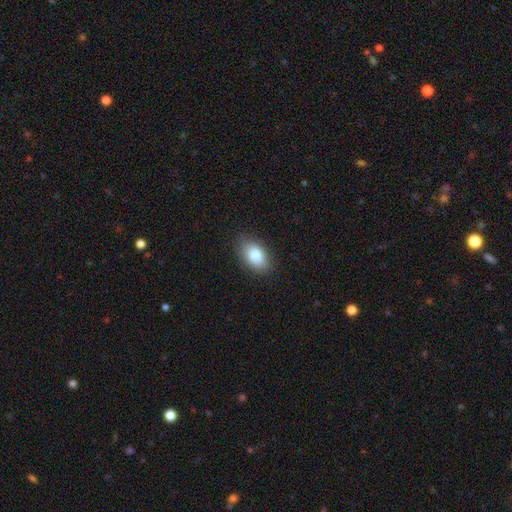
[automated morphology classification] The model was most divided on "smooth or featured": smooth: 81%, featured or disk: 11%, star or artifact: 8%. More confident: how rounded — in between (89%); merging — none (86%).